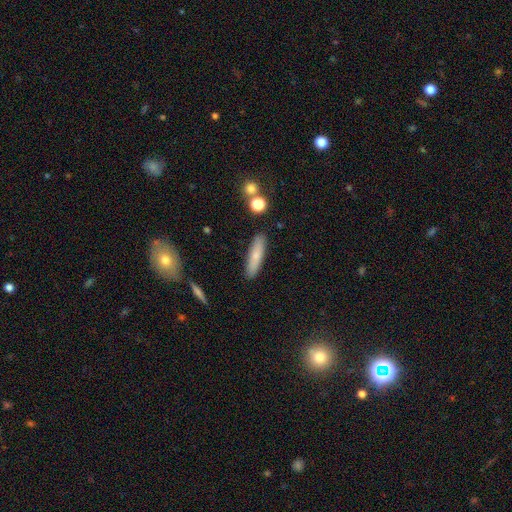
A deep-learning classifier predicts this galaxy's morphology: smooth-or-featured: smooth: 74% | featured or disk: 19% | star or artifact: 7%
  how-rounded: cigar-shaped: 76% | in between: 22% | round: 2%
  merging: none: 88% | minor disturbance: 8% | merger: 2% | major disturbance: 2%